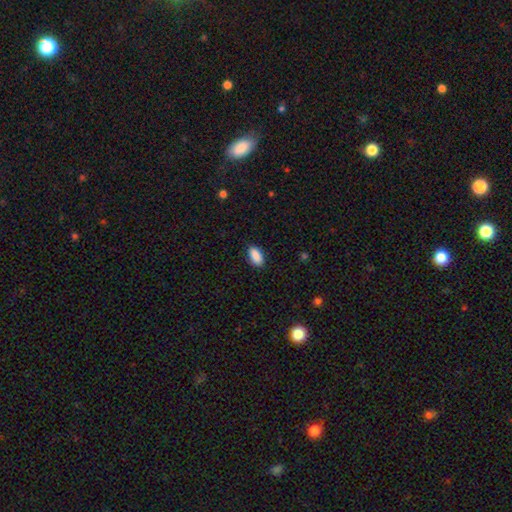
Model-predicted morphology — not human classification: smooth_or_featured: smooth (p=0.89) [alt: star or artifact p=0.07]
how_rounded: in between (p=0.91) [alt: cigar-shaped p=0.06]
merging: none (p=0.86) [alt: minor disturbance p=0.10]